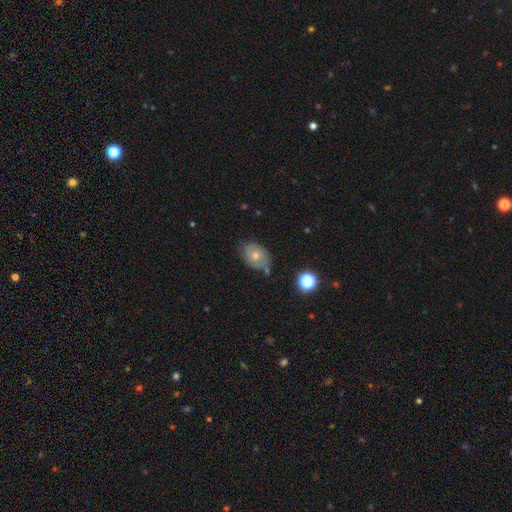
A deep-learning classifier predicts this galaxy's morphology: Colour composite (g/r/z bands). It shows a smooth galaxy with no disk features (60%) that is in between round and cigar-shaped (71%). Merging: none (58%).